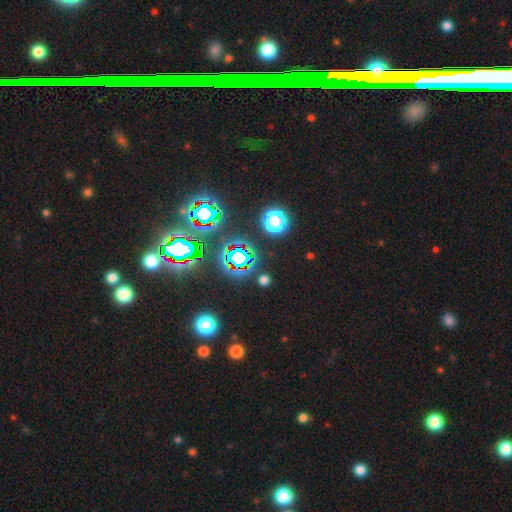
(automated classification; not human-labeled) smooth_or_featured: star or artifact (p=0.81) [alt: smooth p=0.11]